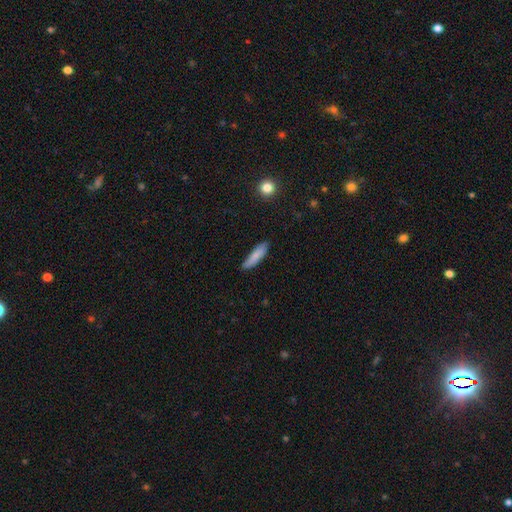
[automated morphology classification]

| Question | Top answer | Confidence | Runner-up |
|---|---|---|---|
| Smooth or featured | smooth | 81% | featured or disk (13%) |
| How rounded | cigar-shaped | 71% | in between (27%) |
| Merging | none | 78% | minor disturbance (18%) |